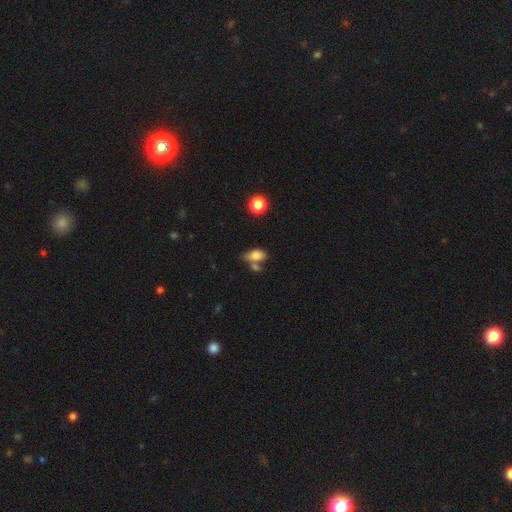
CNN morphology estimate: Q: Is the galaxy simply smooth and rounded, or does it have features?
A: smooth — 81%.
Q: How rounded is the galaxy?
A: in between — 87%.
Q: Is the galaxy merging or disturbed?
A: none — 48%.